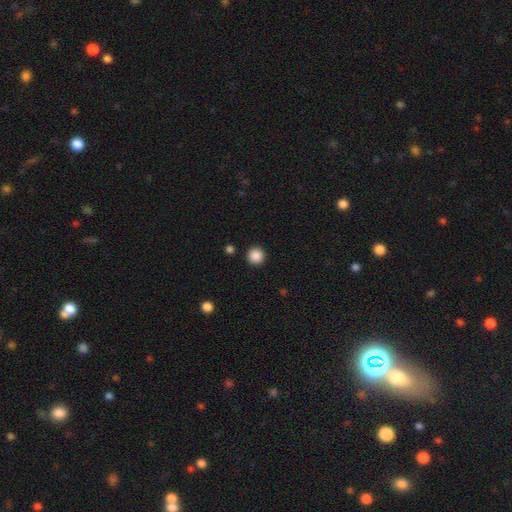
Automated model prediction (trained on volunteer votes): Q: Smooth or featured?
A: smooth (88%); runner-up: star or artifact (10%)
Q: How rounded?
A: round (96%); runner-up: in between (3%)
Q: Merging?
A: none (93%); runner-up: minor disturbance (4%)